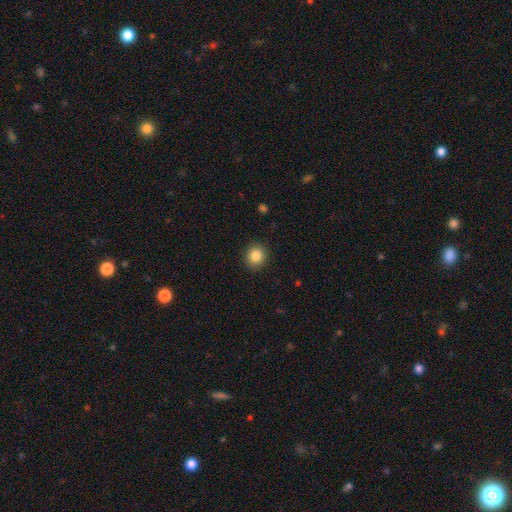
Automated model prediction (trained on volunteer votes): smooth_or_featured: smooth (p=0.86) [alt: star or artifact p=0.10]
how_rounded: round (p=0.83) [alt: in between p=0.16]
merging: none (p=0.90) [alt: minor disturbance p=0.07]